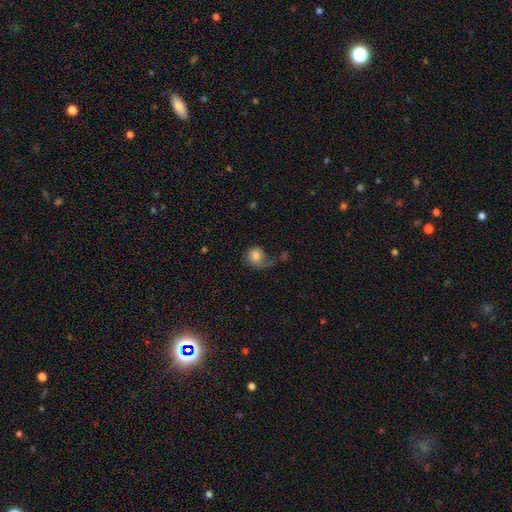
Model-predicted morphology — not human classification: Overall: smooth (62%; featured or disk 29%). How rounded: round (73%). Merging: major disturbance (39%; none 33%).